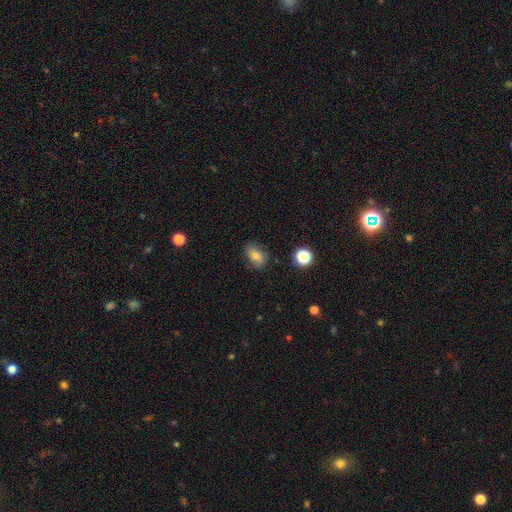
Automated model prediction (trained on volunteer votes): This is likely a smooth galaxy (75%). How rounded: clearly in between (81%). Merging: likely none (80%).